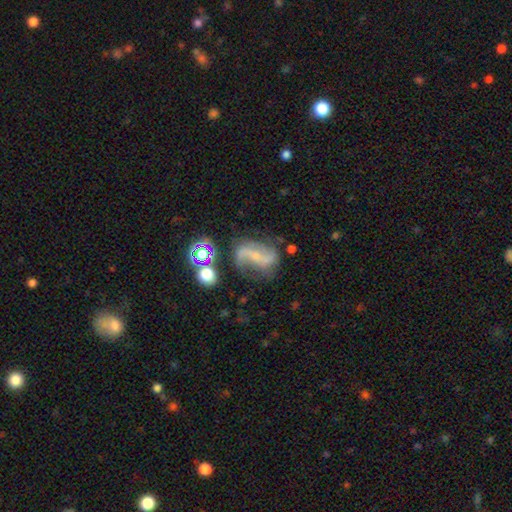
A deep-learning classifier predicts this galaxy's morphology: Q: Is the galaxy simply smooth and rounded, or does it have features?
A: featured or disk — 74%.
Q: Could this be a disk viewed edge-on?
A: no — 96%.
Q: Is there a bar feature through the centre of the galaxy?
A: strong — 40%.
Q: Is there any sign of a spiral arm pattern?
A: yes — 91%.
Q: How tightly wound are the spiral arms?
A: loose — 68%.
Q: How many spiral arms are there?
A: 2 — 87%.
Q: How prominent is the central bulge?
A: small — 56%.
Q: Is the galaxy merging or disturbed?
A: none — 59%.